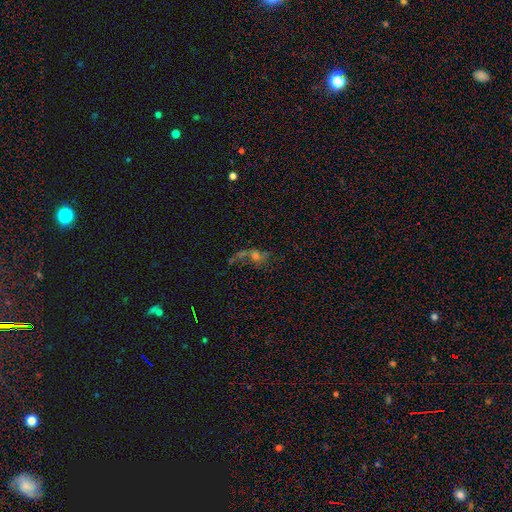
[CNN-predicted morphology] The model was most divided on "merging": none: 35%, major disturbance: 28%, merger: 23%, minor disturbance: 14%. Remaining: smooth or featured — featured or disk (42%).